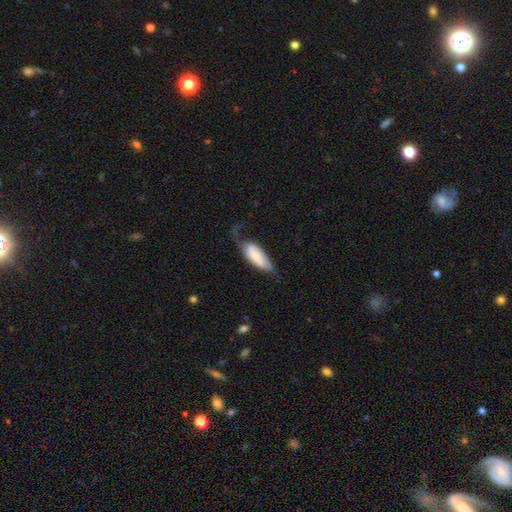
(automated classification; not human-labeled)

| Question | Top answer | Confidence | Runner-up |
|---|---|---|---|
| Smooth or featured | smooth | 64% | featured or disk (30%) |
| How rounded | in between | 82% | cigar-shaped (17%) |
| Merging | major disturbance | 36% | minor disturbance (32%) |